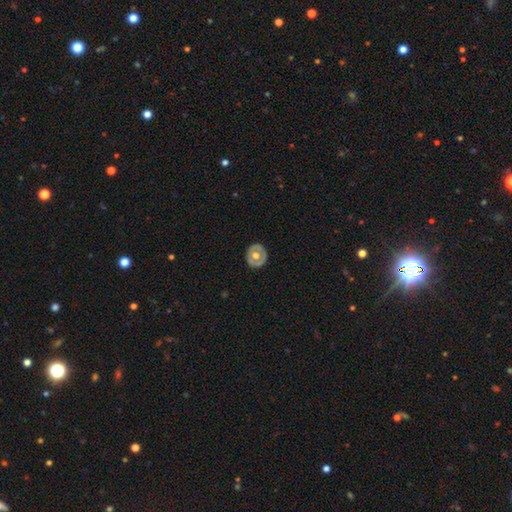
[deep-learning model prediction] The model was most divided on "smooth or featured": featured or disk: 50%, smooth: 44%, star or artifact: 6%. More confident: edge-on disk — no (94%); merging — none (84%).